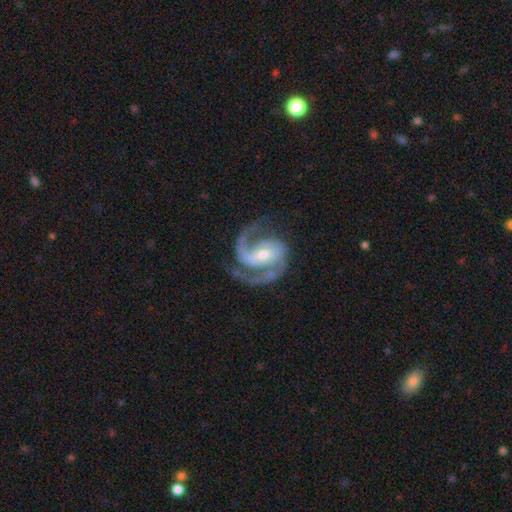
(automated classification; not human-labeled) Smooth or featured: featured or disk — 92% (star or artifact — 5%)
Edge-on disk: no — 98% (yes — 2%)
Bar: strong — 41% (weak — 36%)
Spiral arms: yes — 98% (no — 2%)
Spiral winding: medium — 55% (tight — 35%)
Spiral arm count: 2 — 83% (3 — 9%)
Bulge size: small — 58% (moderate — 38%)
Merging: none — 74% (minor disturbance — 16%)